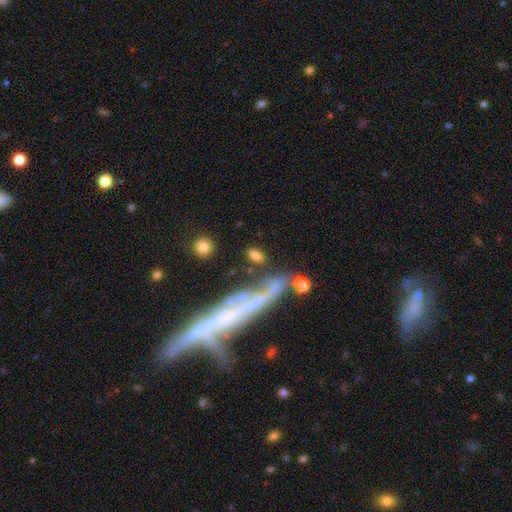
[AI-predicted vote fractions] This is likely a smooth galaxy (73%). How rounded: likely in between (77%). Merging: likely none (66%).